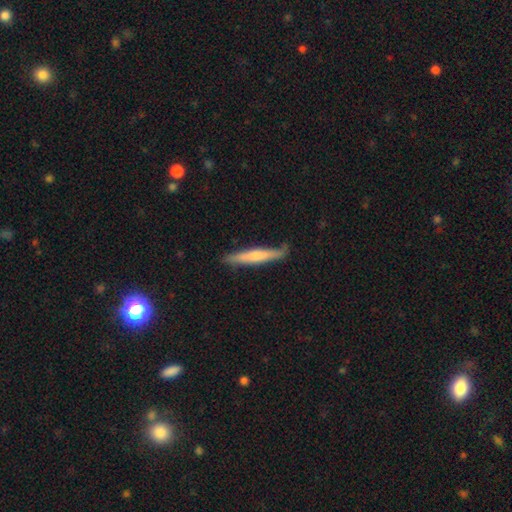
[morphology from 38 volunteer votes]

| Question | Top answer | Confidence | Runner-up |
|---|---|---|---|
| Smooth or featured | featured or disk | 58% | smooth (42%) |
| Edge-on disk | yes | 100% | — |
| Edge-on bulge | rounded | 77% | none (18%) |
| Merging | none | 89% | minor disturbance (8%) |